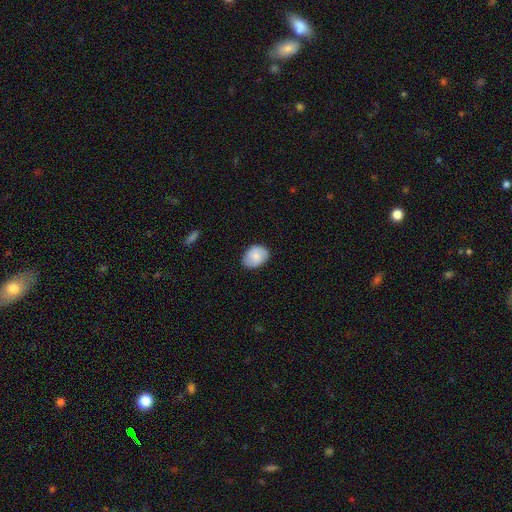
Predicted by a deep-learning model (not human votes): Q: Smooth or featured?
A: smooth (72%); runner-up: featured or disk (21%)
Q: How rounded?
A: in between (63%); runner-up: round (36%)
Q: Merging?
A: none (79%); runner-up: minor disturbance (16%)